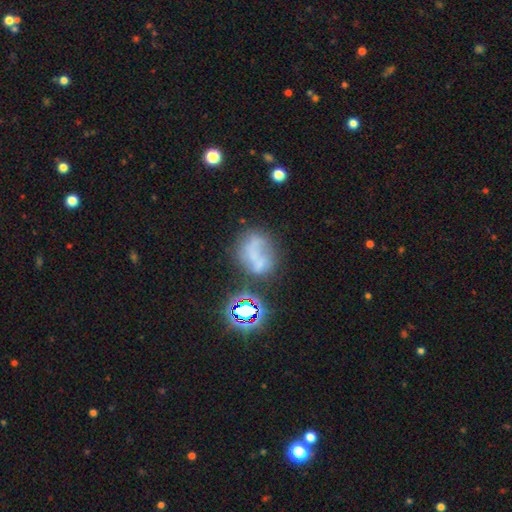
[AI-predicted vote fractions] smooth-or-featured: smooth: 39% | featured or disk: 36% | star or artifact: 24%
  merging: none: 36% | merger: 24% | major disturbance: 21% | minor disturbance: 19%